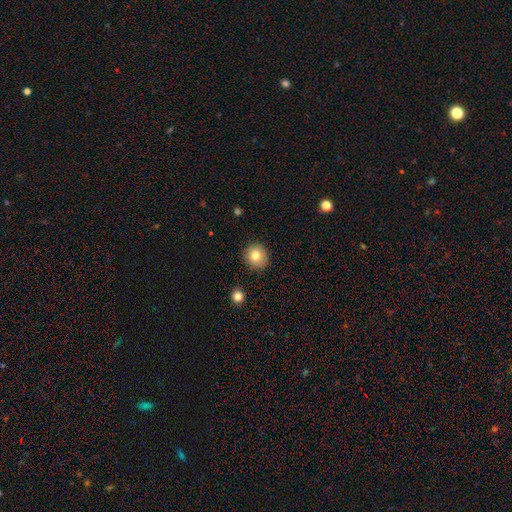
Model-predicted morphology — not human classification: Q: Smooth or featured?
A: smooth (81%); runner-up: star or artifact (10%)
Q: How rounded?
A: round (89%); runner-up: in between (10%)
Q: Merging?
A: none (90%); runner-up: minor disturbance (7%)